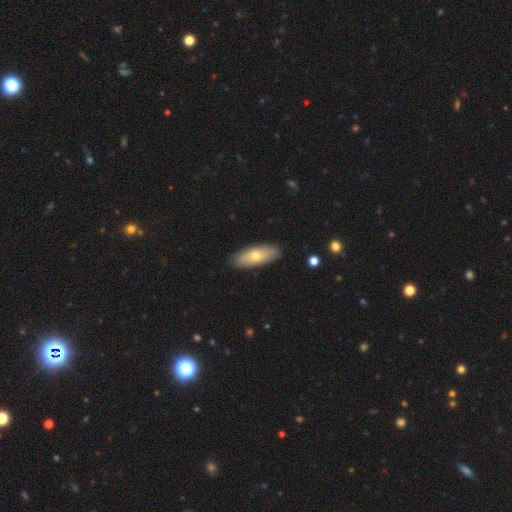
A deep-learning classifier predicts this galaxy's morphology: smooth-or-featured: smooth: 64% | featured or disk: 30% | star or artifact: 6%
  how-rounded: in between: 68% | cigar-shaped: 29% | round: 3%
  merging: none: 88% | minor disturbance: 9% | major disturbance: 2% | merger: 1%